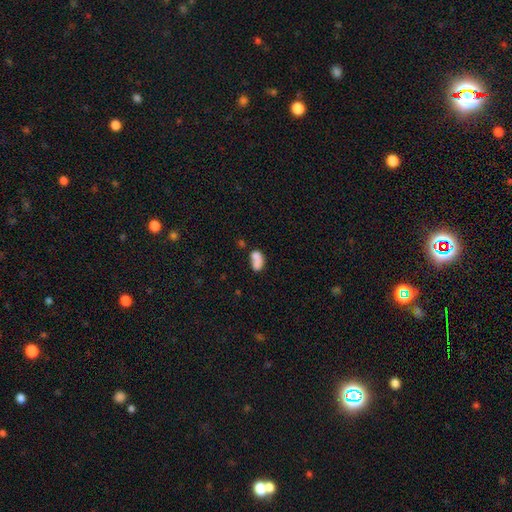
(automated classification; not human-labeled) smooth 77%, featured or disk 13%, star or artifact 10%. Down the decision tree: how rounded — in between (86%); merging — merger (40%).